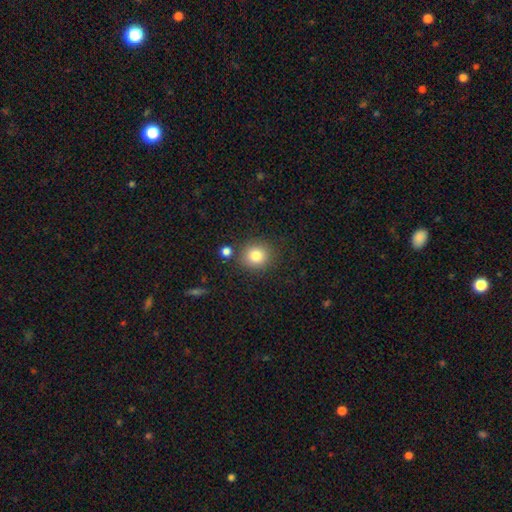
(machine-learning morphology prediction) Smooth or featured?
  - smooth: 82% *
  - star or artifact: 11%
  - featured or disk: 7%
How rounded?
  - round: 85% *
  - in between: 14%
  - cigar-shaped: 1%
Merging?
  - none: 82% *
  - minor disturbance: 9%
  - merger: 6%
  - major disturbance: 3%